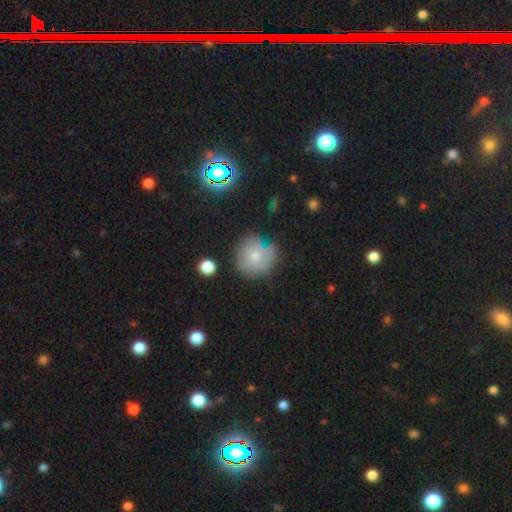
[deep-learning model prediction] smooth-or-featured: smooth: 69% | featured or disk: 20% | star or artifact: 12%
  how-rounded: round: 88% | in between: 11% | cigar-shaped: 1%
  merging: none: 64% | minor disturbance: 22% | major disturbance: 7% | merger: 7%